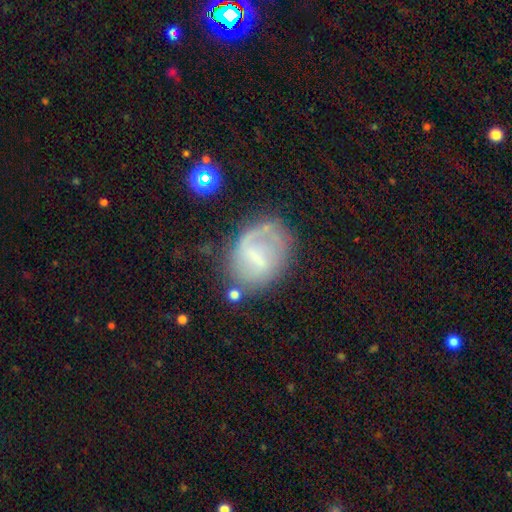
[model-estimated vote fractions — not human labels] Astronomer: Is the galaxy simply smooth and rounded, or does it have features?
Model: featured or disk — 60%.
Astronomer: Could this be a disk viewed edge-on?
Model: no — 96%.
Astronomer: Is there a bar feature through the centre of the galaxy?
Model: weak — 47% (runner-up: strong, 34%).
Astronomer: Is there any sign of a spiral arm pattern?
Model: yes — 63%.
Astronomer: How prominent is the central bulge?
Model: none — 40% (runner-up: small, 35%).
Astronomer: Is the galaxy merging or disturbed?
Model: none — 52%.